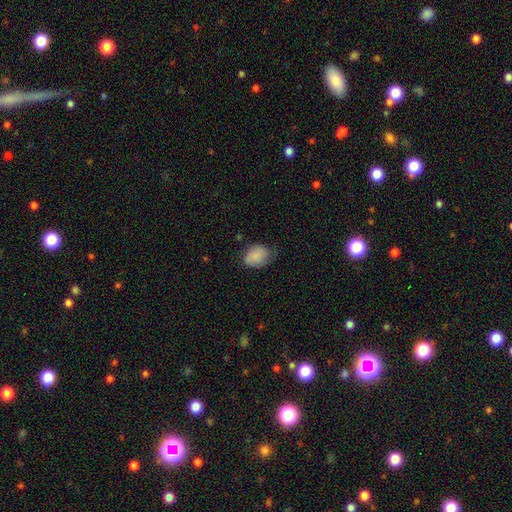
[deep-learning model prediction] Smooth or featured: smooth — 84% (featured or disk — 9%)
How rounded: in between — 61% (round — 38%)
Merging: none — 55% (minor disturbance — 35%)